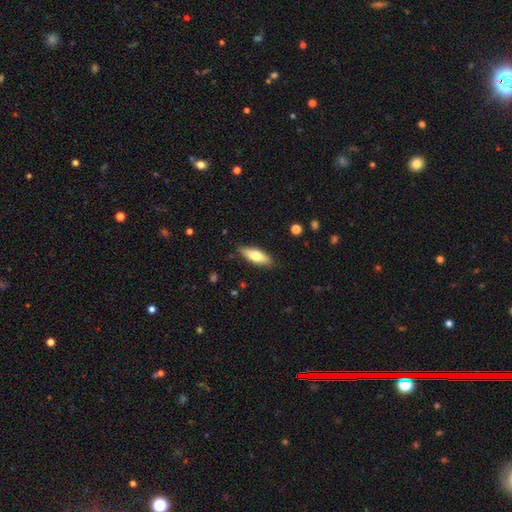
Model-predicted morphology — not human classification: smooth-or-featured: smooth: 70% | featured or disk: 24% | star or artifact: 6%
  how-rounded: in between: 68% | cigar-shaped: 30% | round: 2%
  merging: none: 84% | minor disturbance: 12% | major disturbance: 2% | merger: 1%